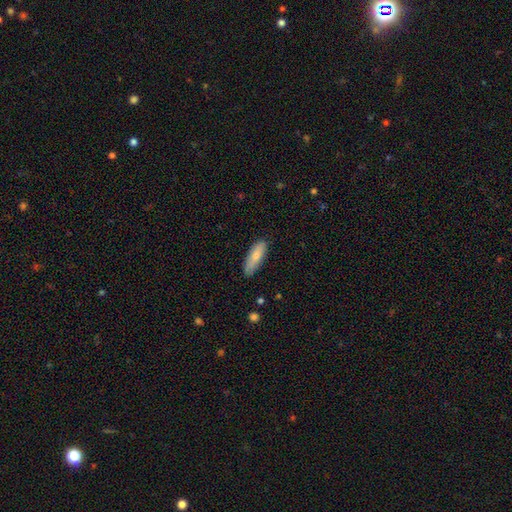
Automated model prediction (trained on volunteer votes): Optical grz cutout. It shows a smooth galaxy with no disk features (76%) that is in between round and cigar-shaped (55%). Merging: none (81%).